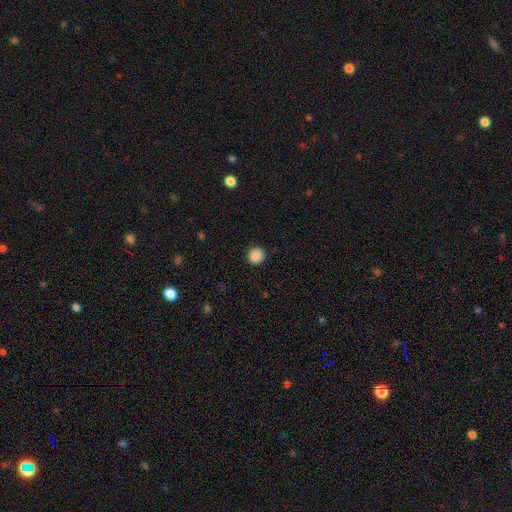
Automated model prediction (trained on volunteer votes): smooth_or_featured: smooth (p=0.89) [alt: star or artifact p=0.09]
how_rounded: round (p=0.92) [alt: in between p=0.07]
merging: none (p=0.91) [alt: minor disturbance p=0.06]